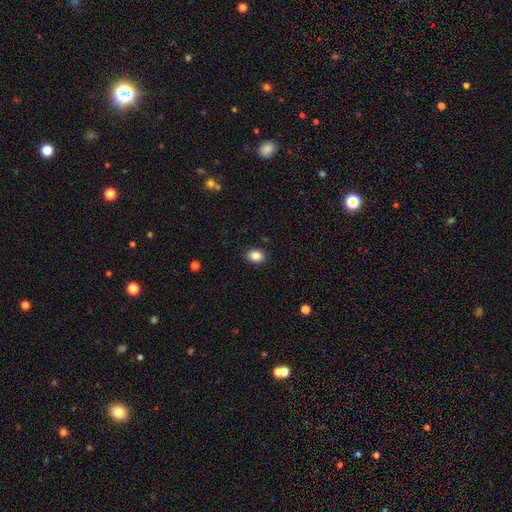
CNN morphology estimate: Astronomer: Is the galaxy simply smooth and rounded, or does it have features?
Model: smooth — 86%.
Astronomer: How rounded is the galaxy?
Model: in between — 64%.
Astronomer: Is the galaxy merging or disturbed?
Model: none — 88%.